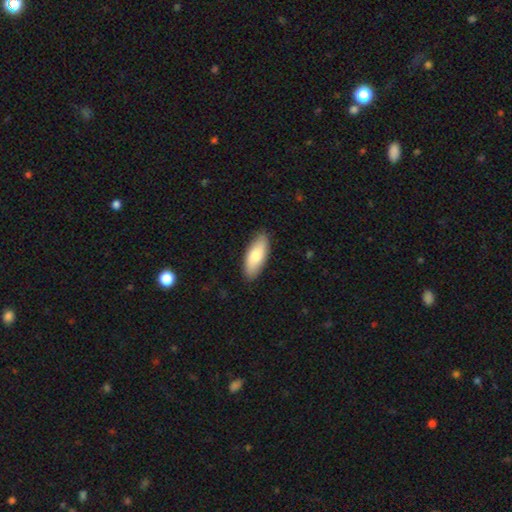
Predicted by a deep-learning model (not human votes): Smooth or featured?
  - smooth: 77% *
  - featured or disk: 18%
  - star or artifact: 5%
How rounded?
  - in between: 79% *
  - cigar-shaped: 19%
  - round: 2%
Merging?
  - none: 88% *
  - minor disturbance: 9%
  - major disturbance: 2%
  - merger: 1%